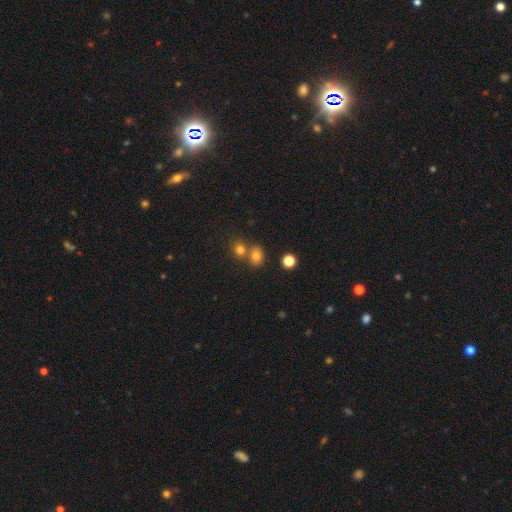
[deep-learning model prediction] The model was most divided on "how rounded": round: 56%, in between: 43%, cigar-shaped: 1%. More confident: smooth or featured — smooth (76%); merging — none (54%).